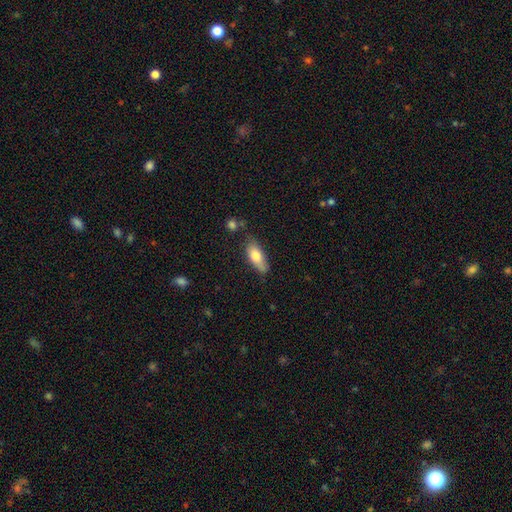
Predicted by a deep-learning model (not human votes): Smooth or featured? smooth (75%)
How rounded? in between (74%)
Merging? none (62%)